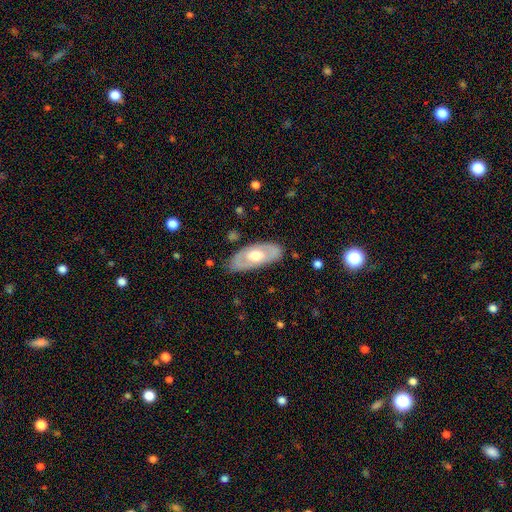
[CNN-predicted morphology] Smooth or featured: featured or disk — 56% (smooth — 39%)
Edge-on disk: no — 81% (yes — 19%)
Merging: none — 82% (minor disturbance — 13%)